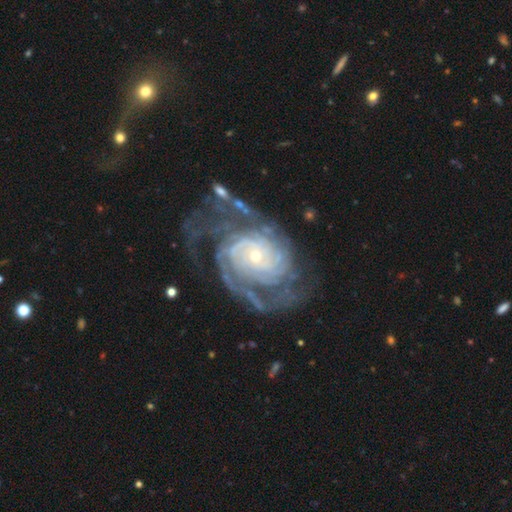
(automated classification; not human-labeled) smooth_or_featured: featured or disk (p=0.89) [alt: star or artifact p=0.05]
disk_edge_on: no (p=0.97) [alt: yes p=0.03]
bar: no (p=0.76) [alt: weak p=0.18]
has_spiral_arms: yes (p=0.96) [alt: no p=0.04]
spiral_winding: tight (p=0.66) [alt: medium p=0.27]
spiral_arm_count: can't tell (p=0.28) [alt: 2 p=0.25]
bulge_size: small (p=0.75) [alt: moderate p=0.20]
merging: none (p=0.54) [alt: major disturbance p=0.23]